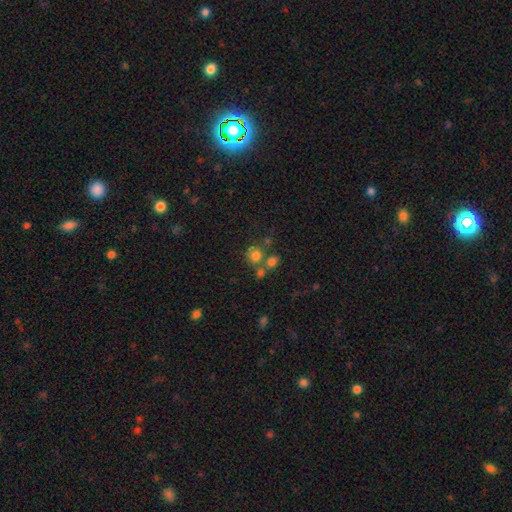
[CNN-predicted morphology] smooth-or-featured: smooth: 73% | star or artifact: 17% | featured or disk: 10%
  how-rounded: round: 79% | in between: 19% | cigar-shaped: 1%
  merging: none: 53% | merger: 31% | minor disturbance: 10% | major disturbance: 6%